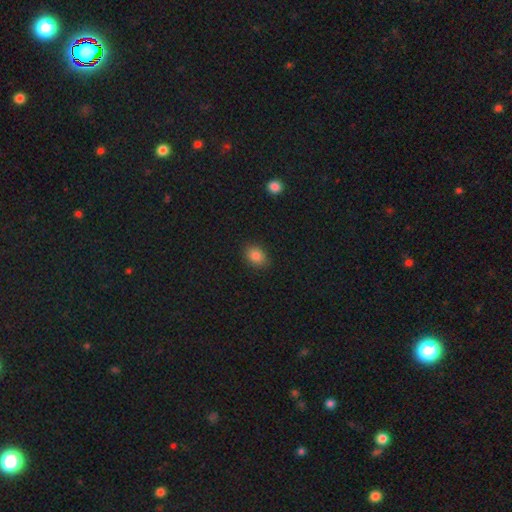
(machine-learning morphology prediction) smooth-or-featured: smooth: 85% | star or artifact: 10% | featured or disk: 5%
  how-rounded: in between: 65% | round: 34% | cigar-shaped: 1%
  merging: none: 87% | minor disturbance: 10% | major disturbance: 2% | merger: 1%